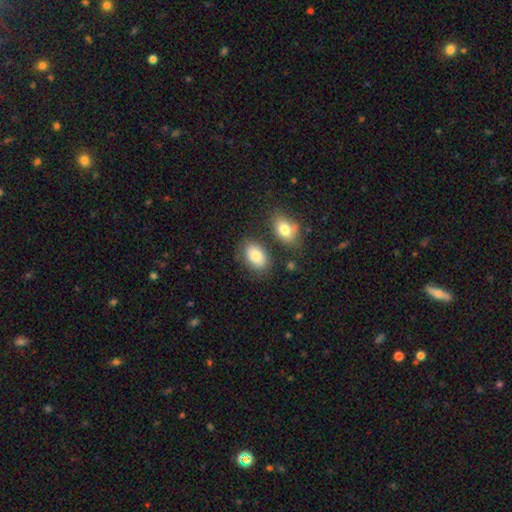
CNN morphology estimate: The model was most divided on "merging": none: 71%, minor disturbance: 14%, merger: 10%, major disturbance: 4%. More confident: how rounded — in between (90%); smooth or featured — smooth (84%).